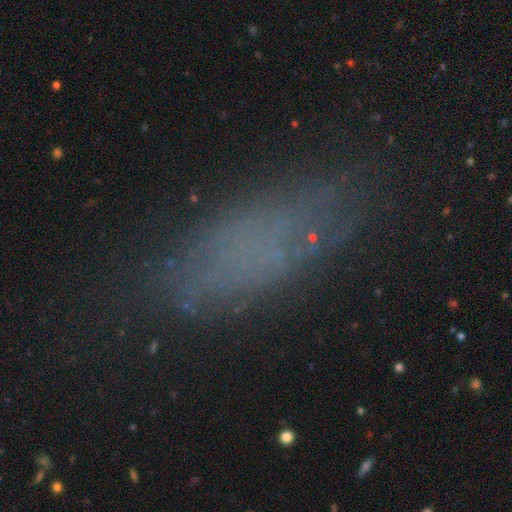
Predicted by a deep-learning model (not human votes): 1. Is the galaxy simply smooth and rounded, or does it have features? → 55% smooth, 25% featured or disk, 20% star or artifact.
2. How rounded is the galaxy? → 59% in between, 37% cigar-shaped, 4% round.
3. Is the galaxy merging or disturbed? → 70% none, 18% minor disturbance, 9% major disturbance, 2% merger.